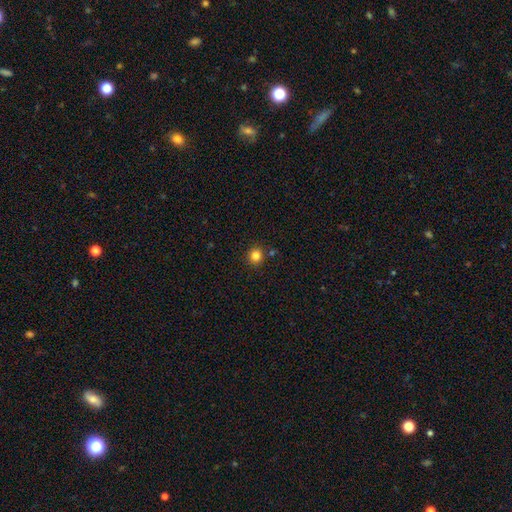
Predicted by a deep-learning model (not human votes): smooth-or-featured: smooth: 82% | star or artifact: 13% | featured or disk: 5%
  how-rounded: round: 93% | in between: 6% | cigar-shaped: 1%
  merging: none: 86% | minor disturbance: 7% | merger: 5% | major disturbance: 2%